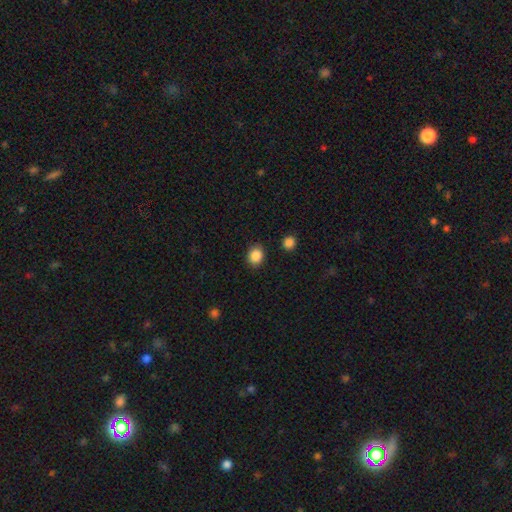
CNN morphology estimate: This appears to be a smooth galaxy with no disk features (87%) that is round (65%). Merging: none (87%).